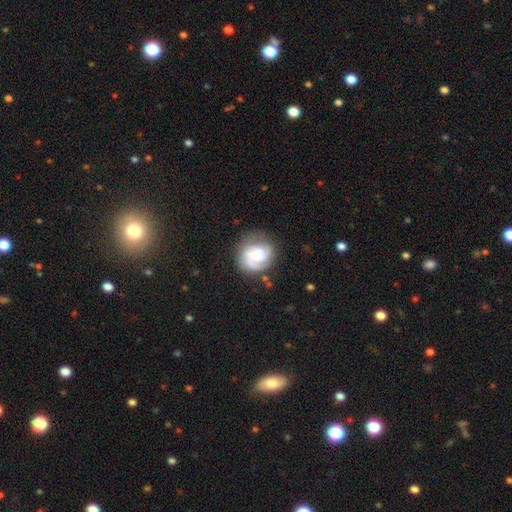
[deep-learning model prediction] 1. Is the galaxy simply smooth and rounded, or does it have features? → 67% featured or disk, 27% smooth, 7% star or artifact.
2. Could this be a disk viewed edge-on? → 98% no, 2% yes.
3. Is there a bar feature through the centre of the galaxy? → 66% no, 29% weak, 5% strong.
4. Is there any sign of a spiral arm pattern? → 90% yes, 10% no.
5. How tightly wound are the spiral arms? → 52% tight, 36% medium, 12% loose.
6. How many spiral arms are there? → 40% 2, 22% can't tell, 20% 3, 12% 1, 3% 4, 3% more than 4.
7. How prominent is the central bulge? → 47% small, 38% moderate, 7% large, 7% none, 2% dominant.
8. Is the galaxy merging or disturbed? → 66% none, 20% minor disturbance, 11% major disturbance, 3% merger.